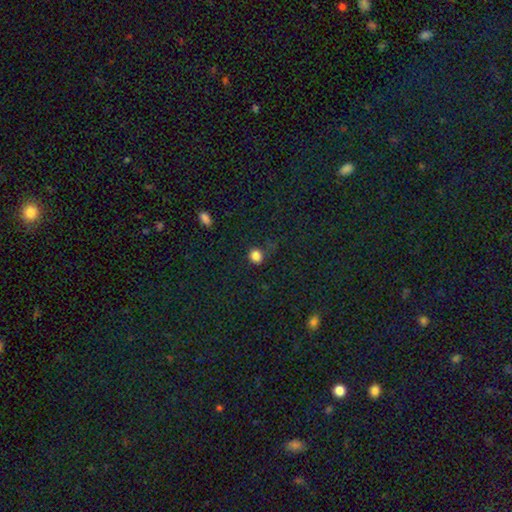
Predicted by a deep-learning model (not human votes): Morphology: type=smooth (83%); roundness=round (72%); merging=none (78%).